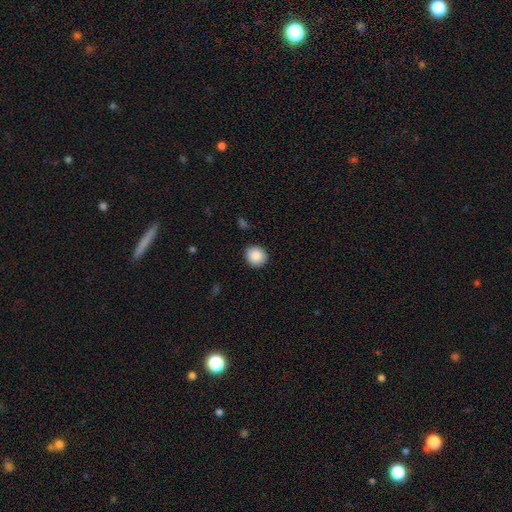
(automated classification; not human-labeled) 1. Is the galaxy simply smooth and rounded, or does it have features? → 89% smooth, 8% star or artifact, 4% featured or disk.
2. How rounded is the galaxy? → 83% round, 16% in between, 1% cigar-shaped.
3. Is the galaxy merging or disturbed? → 89% none, 8% minor disturbance, 2% major disturbance, 1% merger.